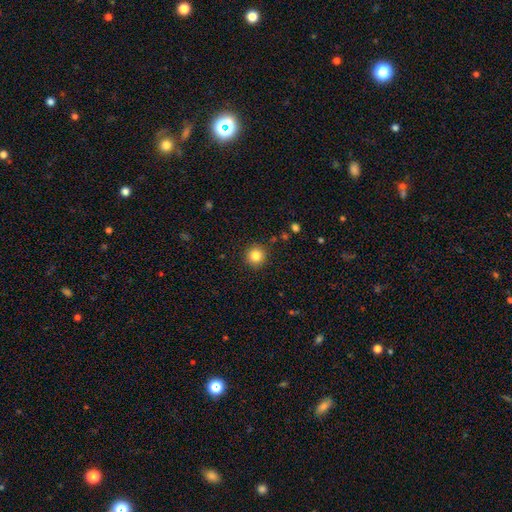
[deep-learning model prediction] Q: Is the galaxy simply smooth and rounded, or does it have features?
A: smooth — 83%.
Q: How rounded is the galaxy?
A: round — 95%.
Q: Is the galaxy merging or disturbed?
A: none — 91%.